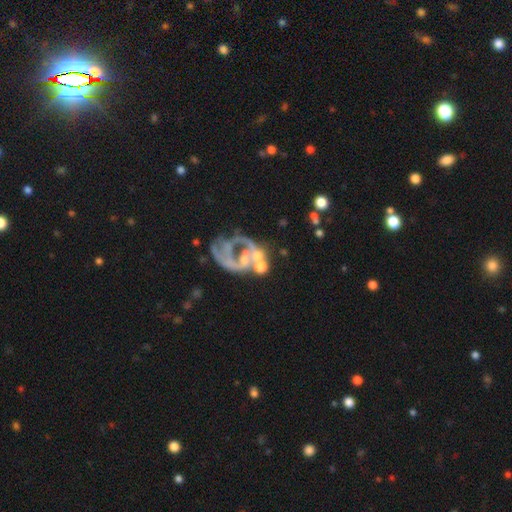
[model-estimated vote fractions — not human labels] This is likely a featured or disk galaxy (68%). It is clearly not viewed edge-on (98%). Bar: likely no (77%). Spiral arm pattern: likely no (66%). Central bulge: possibly none (60%). Merging: marginally major disturbance (37%).